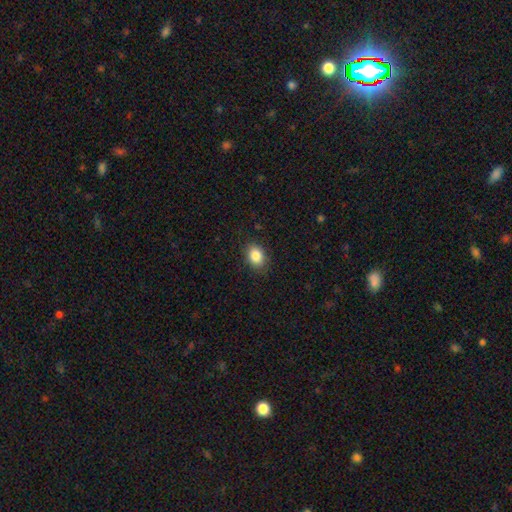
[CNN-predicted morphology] The model was most divided on "how rounded": in between: 62%, round: 37%, cigar-shaped: 1%. More confident: merging — none (86%); smooth or featured — smooth (85%).